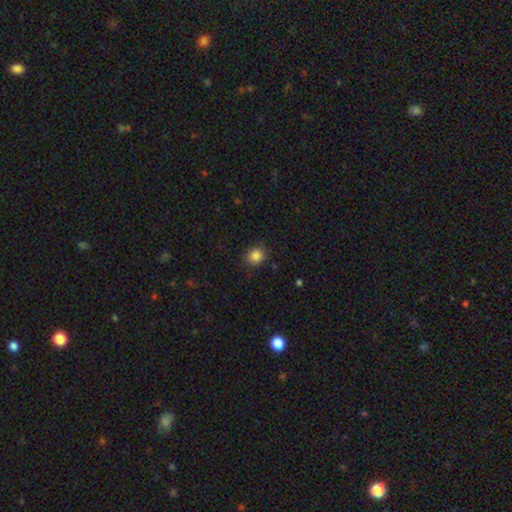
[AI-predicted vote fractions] Smooth or featured? smooth (85%)
How rounded? round (81%)
Merging? none (84%)